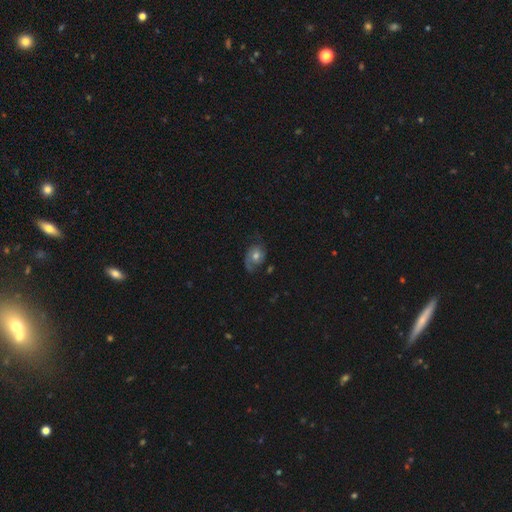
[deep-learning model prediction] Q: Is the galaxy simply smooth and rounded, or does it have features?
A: featured or disk — 67%.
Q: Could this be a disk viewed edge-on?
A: no — 97%.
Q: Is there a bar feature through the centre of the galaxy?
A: no — 72%.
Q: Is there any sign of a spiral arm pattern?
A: yes — 90%.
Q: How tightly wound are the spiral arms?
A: medium — 43%.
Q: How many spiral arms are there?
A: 2 — 63%.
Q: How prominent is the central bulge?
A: moderate — 65%.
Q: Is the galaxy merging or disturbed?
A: none — 63%.